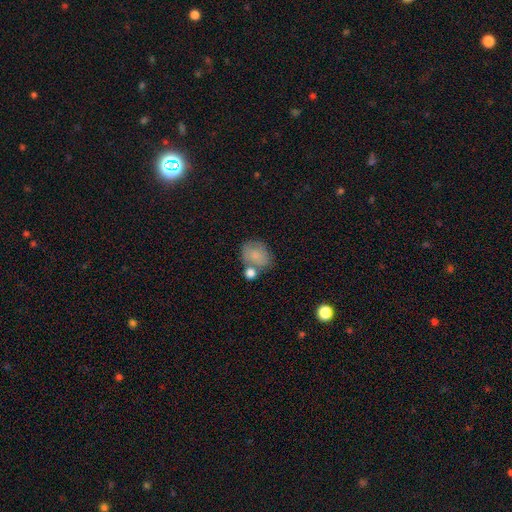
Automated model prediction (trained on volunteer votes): smooth 77%, featured or disk 14%, star or artifact 8%. Down the decision tree: how rounded — in between (54%); merging — none (48%).